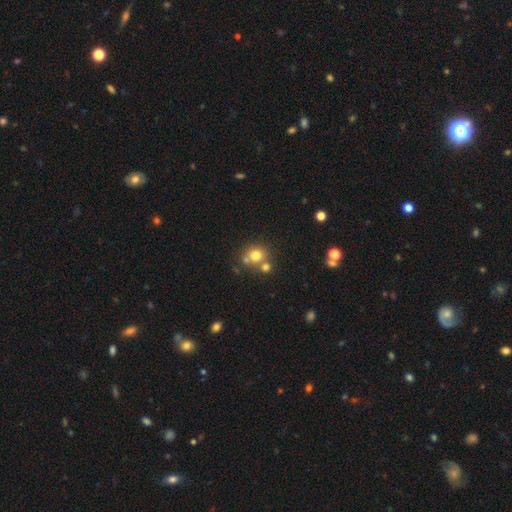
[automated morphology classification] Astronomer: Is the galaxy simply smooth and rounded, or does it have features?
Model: smooth — 74%.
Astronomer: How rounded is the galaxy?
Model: round — 78%.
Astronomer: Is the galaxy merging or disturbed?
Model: none — 55% (runner-up: merger, 31%).